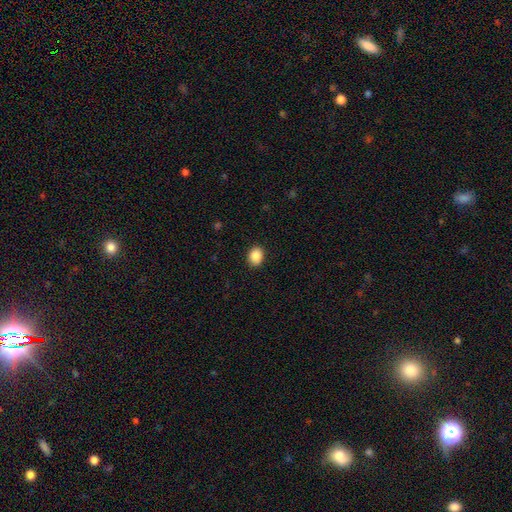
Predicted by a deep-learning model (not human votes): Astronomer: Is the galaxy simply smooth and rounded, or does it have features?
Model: smooth — 87%.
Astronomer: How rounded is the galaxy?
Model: in between — 54% (runner-up: round, 45%).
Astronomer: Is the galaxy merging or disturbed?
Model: none — 90%.